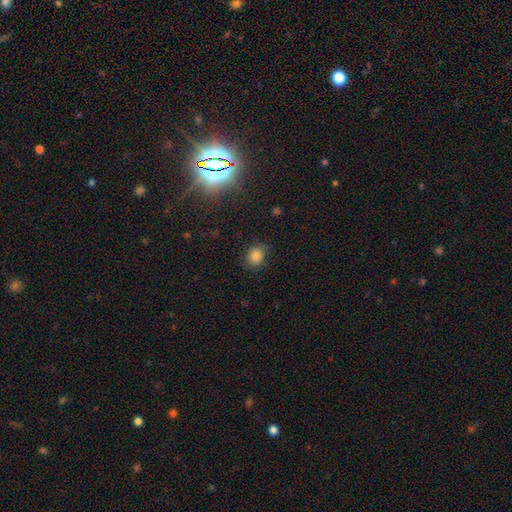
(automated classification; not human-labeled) smooth_or_featured: smooth (p=0.82) [alt: star or artifact p=0.13]
how_rounded: round (p=0.65) [alt: in between p=0.34]
merging: none (p=0.79) [alt: minor disturbance p=0.16]